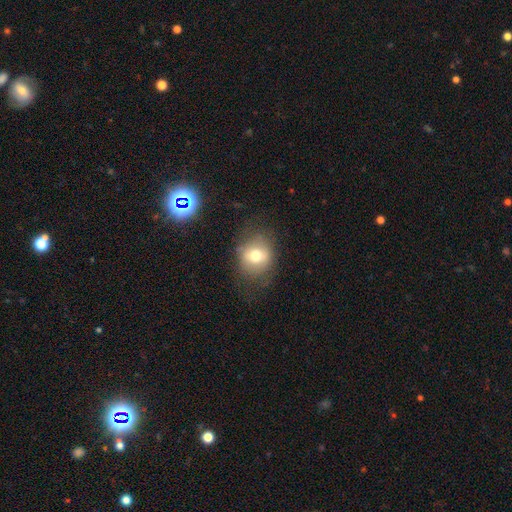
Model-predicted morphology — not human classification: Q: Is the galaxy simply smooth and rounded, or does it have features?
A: smooth — 68%.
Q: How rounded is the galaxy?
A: round — 69%.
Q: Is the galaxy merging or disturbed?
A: none — 68%.